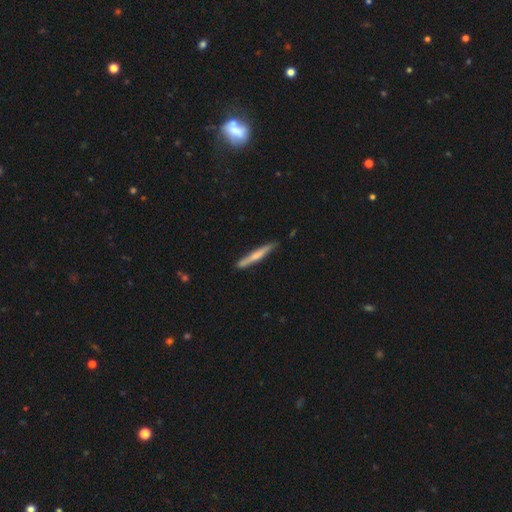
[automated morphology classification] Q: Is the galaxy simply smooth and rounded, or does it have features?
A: smooth — 57%.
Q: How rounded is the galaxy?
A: cigar-shaped — 96%.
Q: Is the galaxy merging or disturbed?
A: none — 82%.